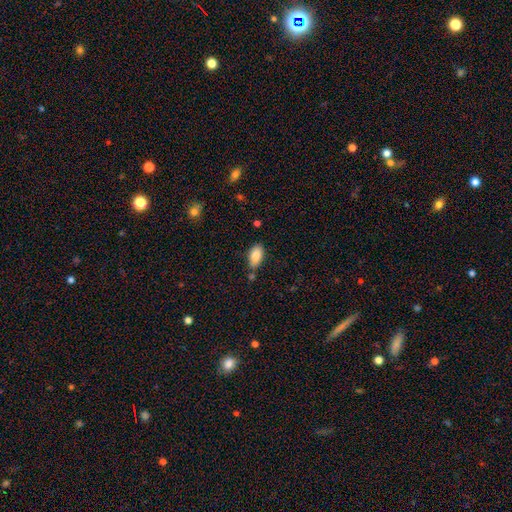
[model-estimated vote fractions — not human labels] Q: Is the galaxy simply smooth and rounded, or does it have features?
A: smooth — 86%.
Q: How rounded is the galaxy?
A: in between — 93%.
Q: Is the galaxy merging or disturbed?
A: none — 69%.